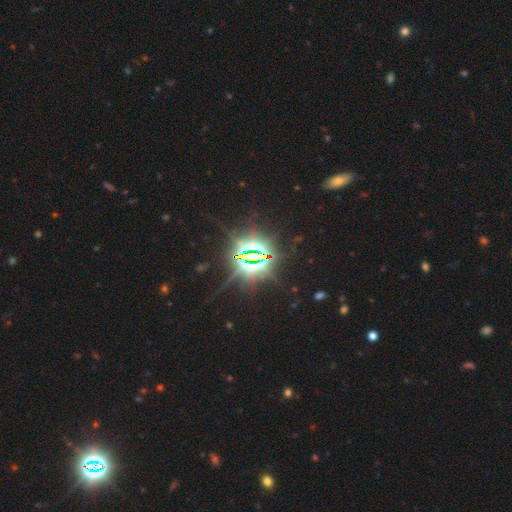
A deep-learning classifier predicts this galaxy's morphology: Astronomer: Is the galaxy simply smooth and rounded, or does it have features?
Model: star or artifact — 86%.